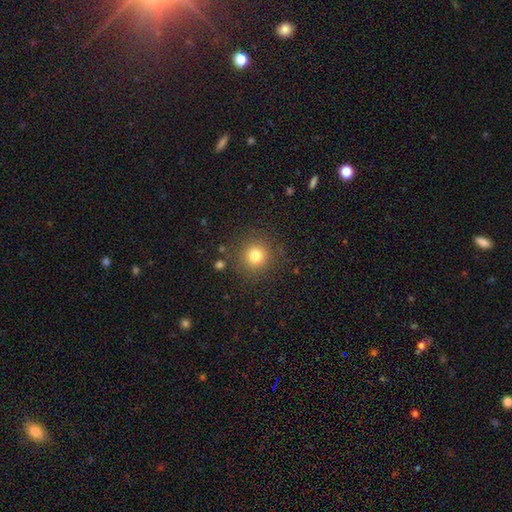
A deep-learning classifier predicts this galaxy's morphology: smooth 78%, star or artifact 14%, featured or disk 8%. Down the decision tree: how rounded — round (94%); merging — none (87%).